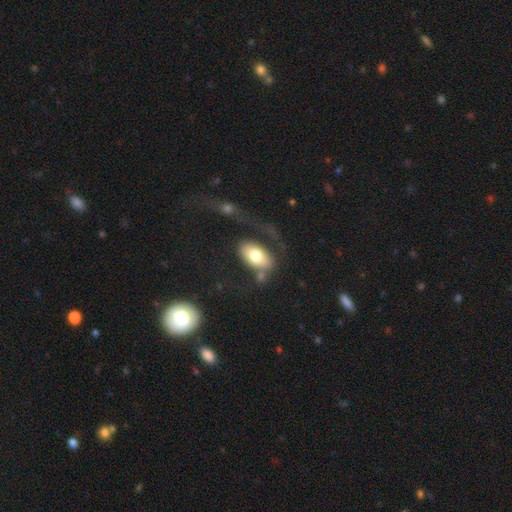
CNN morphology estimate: smooth_or_featured: smooth (p=0.67) [alt: featured or disk p=0.27]
how_rounded: in between (p=0.91) [alt: round p=0.07]
merging: none (p=0.39) [alt: major disturbance p=0.32]